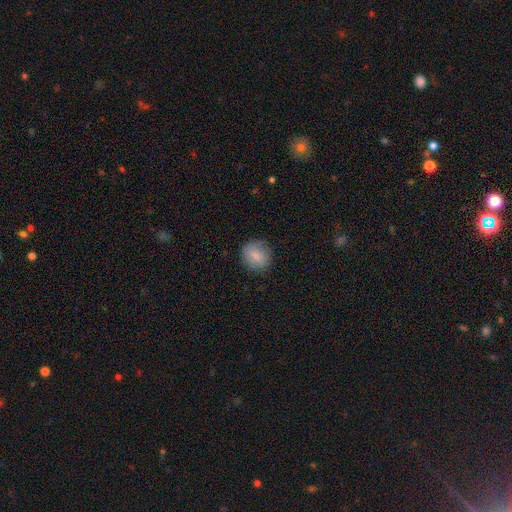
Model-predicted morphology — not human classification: smooth-or-featured: smooth: 81% | featured or disk: 11% | star or artifact: 8%
  how-rounded: round: 76% | in between: 23% | cigar-shaped: 1%
  merging: none: 81% | minor disturbance: 14% | major disturbance: 4% | merger: 1%